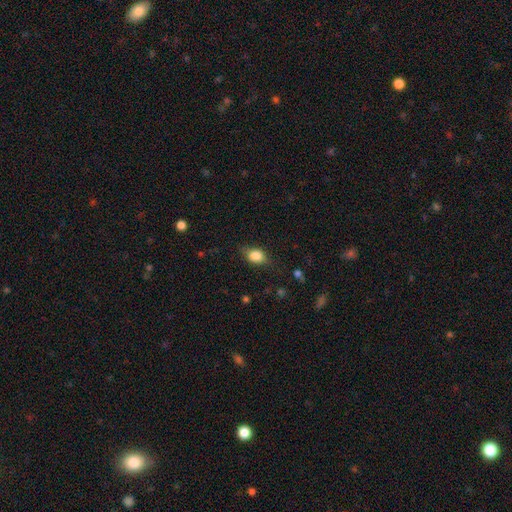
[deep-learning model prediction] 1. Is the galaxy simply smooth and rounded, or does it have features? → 80% smooth, 11% featured or disk, 9% star or artifact.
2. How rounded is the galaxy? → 70% in between, 27% round, 3% cigar-shaped.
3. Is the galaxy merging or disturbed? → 66% none, 24% minor disturbance, 8% major disturbance, 1% merger.